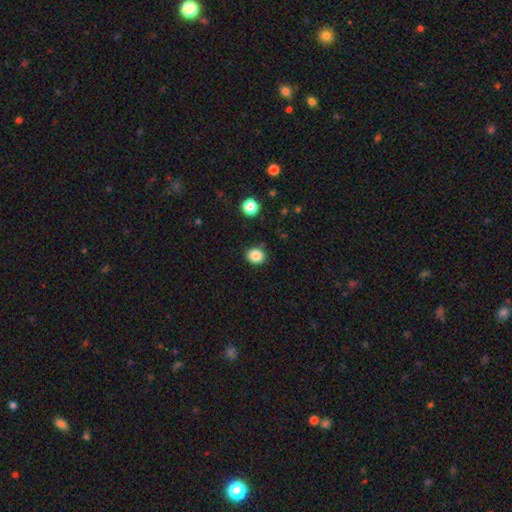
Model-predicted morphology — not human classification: smooth-or-featured: smooth: 86% | star or artifact: 11% | featured or disk: 4%
  how-rounded: round: 73% | in between: 27% | cigar-shaped: 1%
  merging: none: 88% | minor disturbance: 8% | major disturbance: 2% | merger: 2%